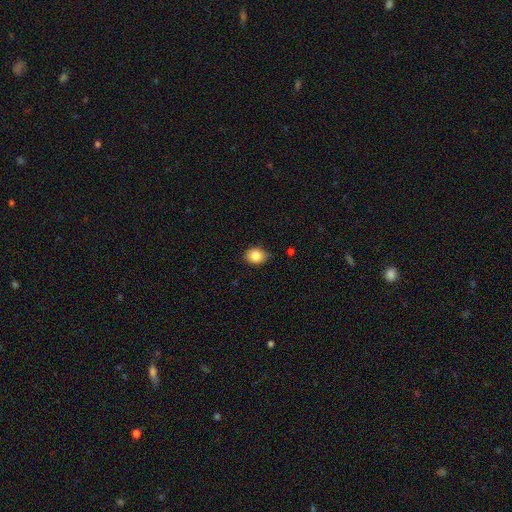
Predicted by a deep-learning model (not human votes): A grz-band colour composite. It shows a smooth galaxy with no disk features (84%) that is in between round and cigar-shaped (52%). Merging: none (77%).